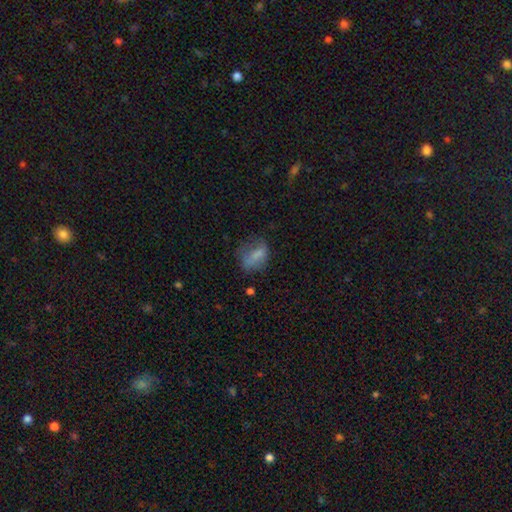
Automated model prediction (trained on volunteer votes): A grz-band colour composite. It shows a smooth galaxy with no disk features (67%) that is in between round and cigar-shaped (75%). Merging: none (43%).